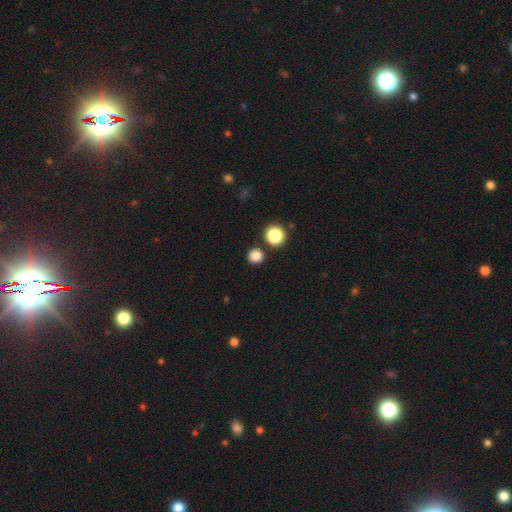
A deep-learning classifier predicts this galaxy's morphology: Overall: smooth (83%). How rounded: round (94%). Merging: none (87%).